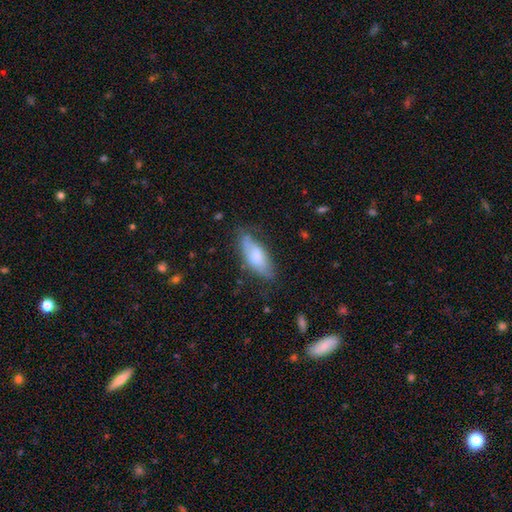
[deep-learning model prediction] Morphology: type=smooth (67%); roundness=in between (71%); merging=none (67%).